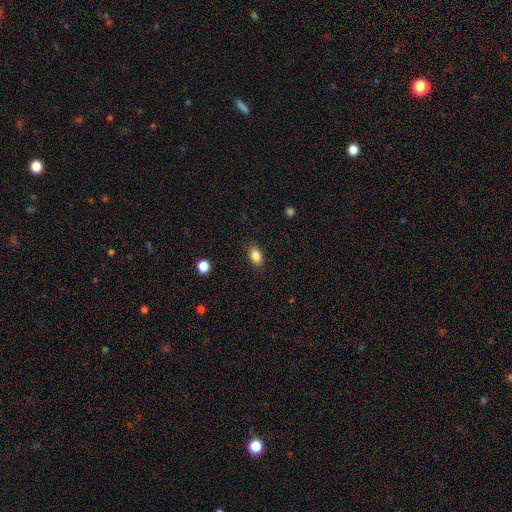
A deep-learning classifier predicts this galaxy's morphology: Smooth or featured: smooth — 86% (star or artifact — 9%)
How rounded: in between — 85% (round — 13%)
Merging: none — 87% (minor disturbance — 9%)